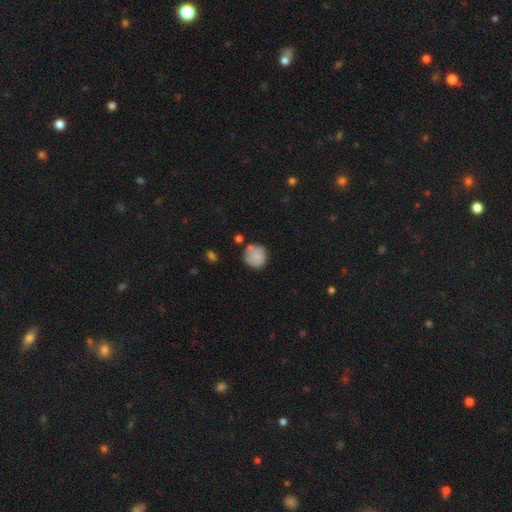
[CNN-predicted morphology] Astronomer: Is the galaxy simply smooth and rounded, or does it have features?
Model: smooth — 81%.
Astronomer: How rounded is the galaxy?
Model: round — 90%.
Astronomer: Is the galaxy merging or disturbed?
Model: none — 70%.